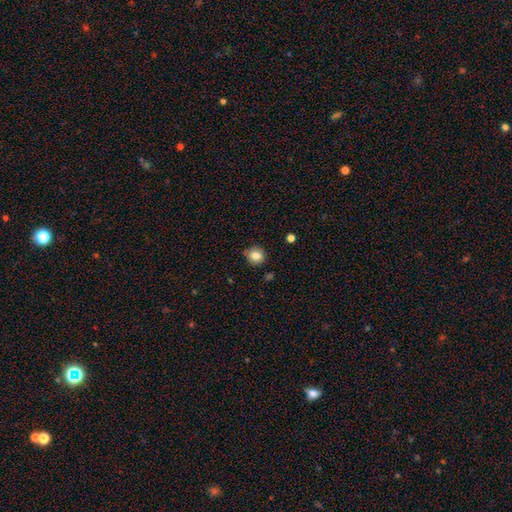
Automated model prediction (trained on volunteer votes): smooth 82%, star or artifact 10%, featured or disk 7%. Down the decision tree: how rounded — round (83%); merging — none (79%).